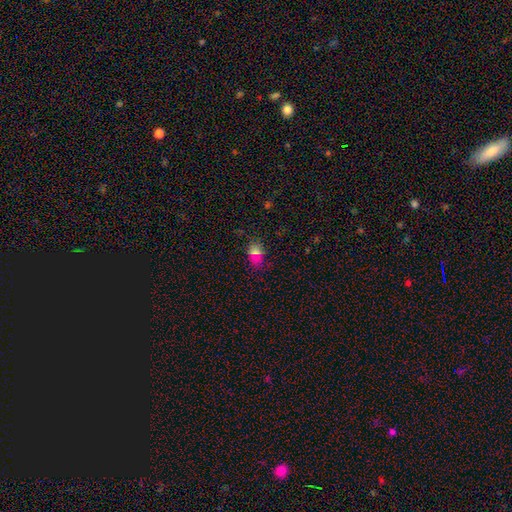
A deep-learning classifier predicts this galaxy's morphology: Q: Smooth or featured?
A: smooth (71%); runner-up: star or artifact (19%)
Q: How rounded?
A: in between (79%); runner-up: round (18%)
Q: Merging?
A: none (77%); runner-up: minor disturbance (16%)